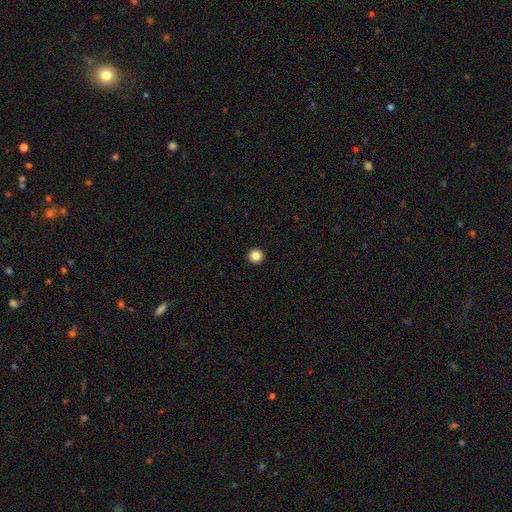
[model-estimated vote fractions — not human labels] Smooth or featured: smooth — 85% (star or artifact — 11%)
How rounded: round — 96% (in between — 3%)
Merging: none — 94% (minor disturbance — 3%)